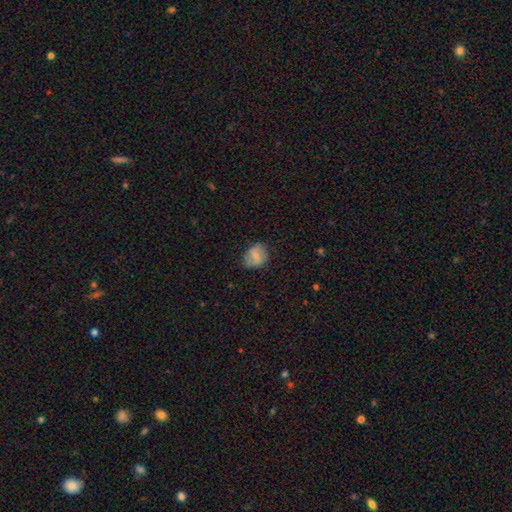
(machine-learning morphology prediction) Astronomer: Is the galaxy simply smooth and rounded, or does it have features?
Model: smooth — 53% (runner-up: featured or disk, 39%).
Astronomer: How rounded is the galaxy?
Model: round — 52% (runner-up: in between, 46%).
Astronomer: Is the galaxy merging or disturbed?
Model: none — 76%.